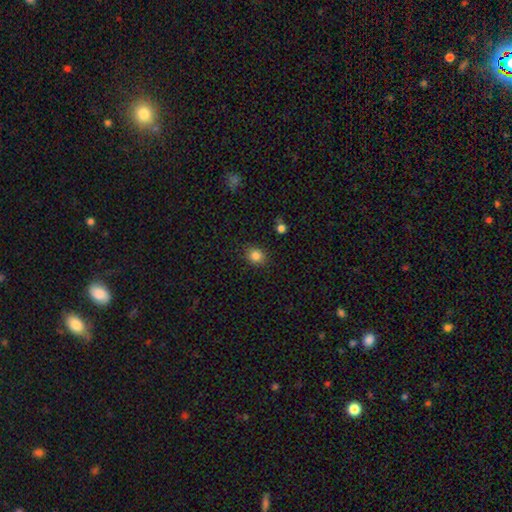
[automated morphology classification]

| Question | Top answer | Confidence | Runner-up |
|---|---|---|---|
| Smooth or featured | smooth | 84% | star or artifact (11%) |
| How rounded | round | 70% | in between (29%) |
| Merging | none | 87% | minor disturbance (9%) |